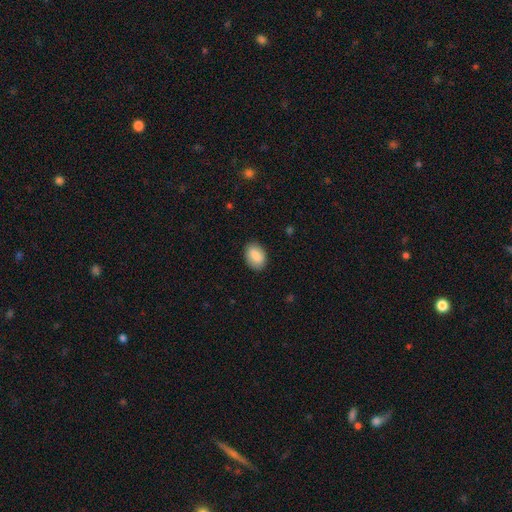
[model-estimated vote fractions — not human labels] Morphology: type=smooth (85%); roundness=in between (85%); merging=none (86%).